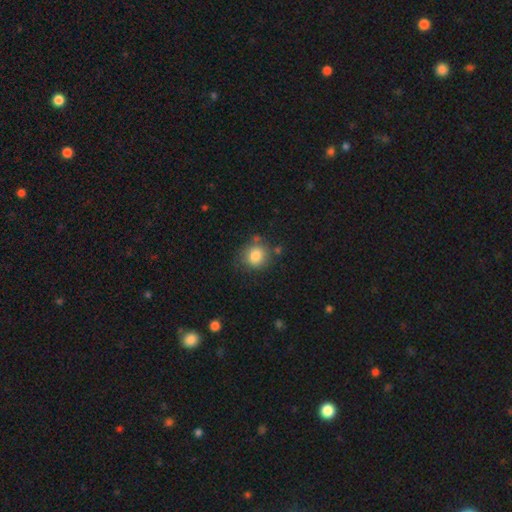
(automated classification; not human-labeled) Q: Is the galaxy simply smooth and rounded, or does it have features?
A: smooth — 84%.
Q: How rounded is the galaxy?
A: round — 82%.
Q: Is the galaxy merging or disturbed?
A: none — 71%.